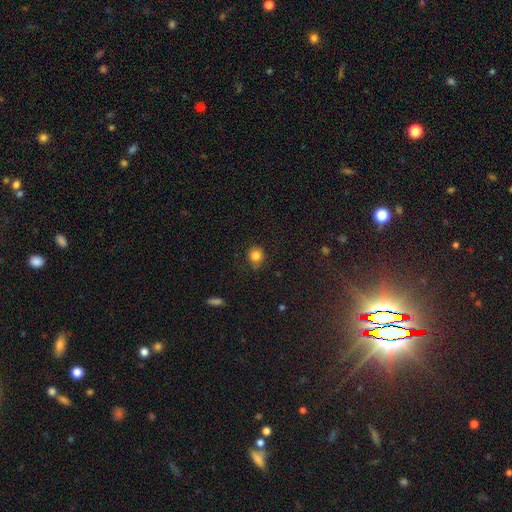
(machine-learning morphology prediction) smooth-or-featured: smooth: 83% | star or artifact: 12% | featured or disk: 6%
  how-rounded: round: 85% | in between: 14% | cigar-shaped: 1%
  merging: none: 77% | minor disturbance: 18% | major disturbance: 4% | merger: 1%